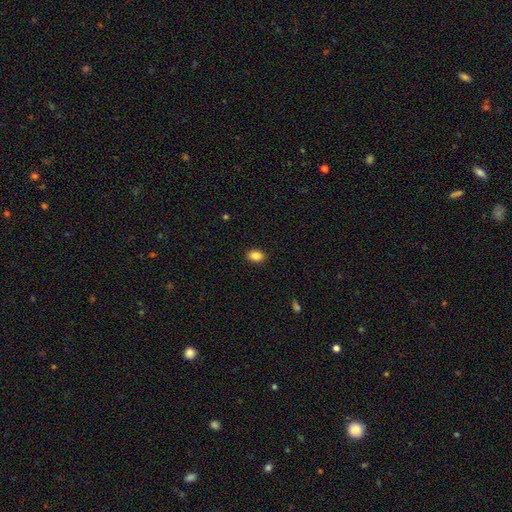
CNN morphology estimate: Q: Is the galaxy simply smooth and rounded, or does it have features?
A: smooth — 86%.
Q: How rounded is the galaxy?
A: in between — 78%.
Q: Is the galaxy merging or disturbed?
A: none — 90%.